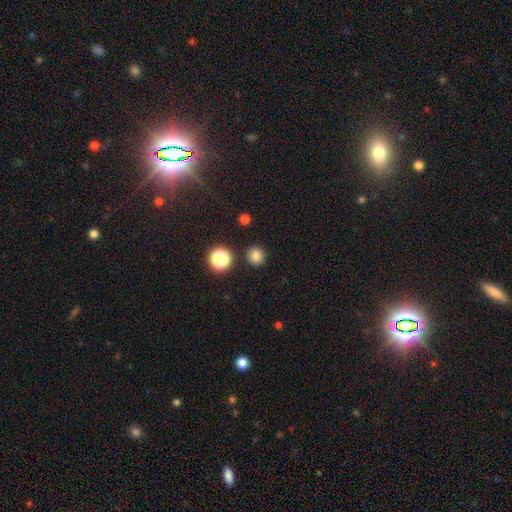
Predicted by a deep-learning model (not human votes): Q: Smooth or featured?
A: smooth (81%); runner-up: star or artifact (15%)
Q: How rounded?
A: round (89%); runner-up: in between (10%)
Q: Merging?
A: none (89%); runner-up: minor disturbance (6%)